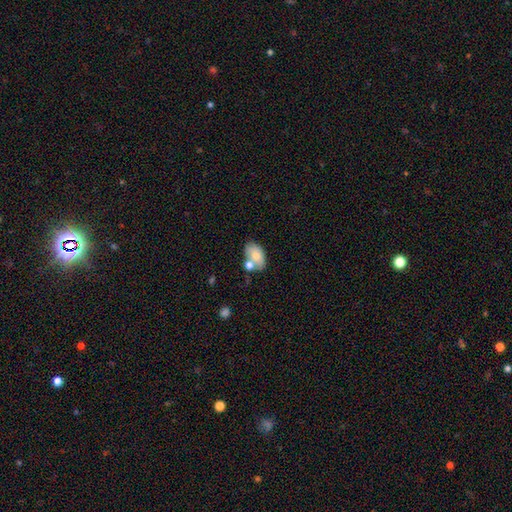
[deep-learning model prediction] A smooth galaxy with no disk features (71%) that is in between round and cigar-shaped (88%).

Vote fractions:
- Smooth or featured? smooth: 71% / featured or disk: 21% / star or artifact: 7%
- How rounded? in between: 88% / round: 10% / cigar-shaped: 1%
- Merging? none: 47% / merger: 30% / minor disturbance: 18% / major disturbance: 6%